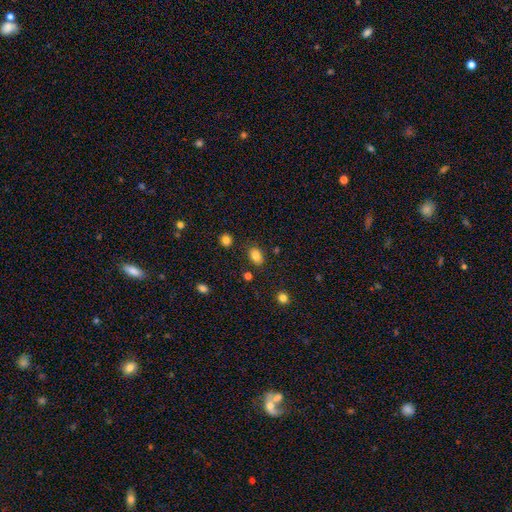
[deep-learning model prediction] This appears to be a smooth galaxy with no disk features (84%) that is in between round and cigar-shaped (78%). Merging: none (82%).